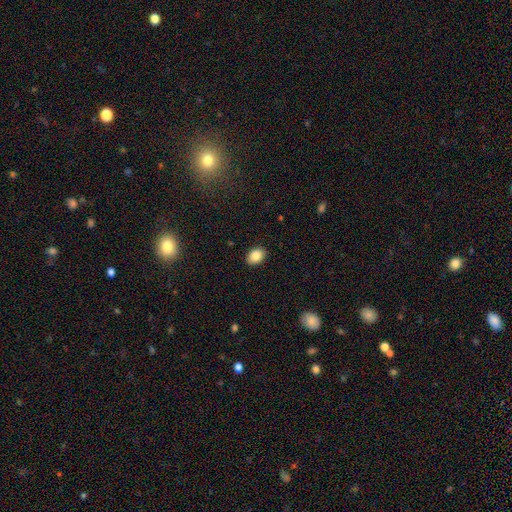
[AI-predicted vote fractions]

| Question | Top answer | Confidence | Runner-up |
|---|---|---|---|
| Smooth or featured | smooth | 87% | star or artifact (8%) |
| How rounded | in between | 74% | round (25%) |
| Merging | none | 89% | minor disturbance (8%) |